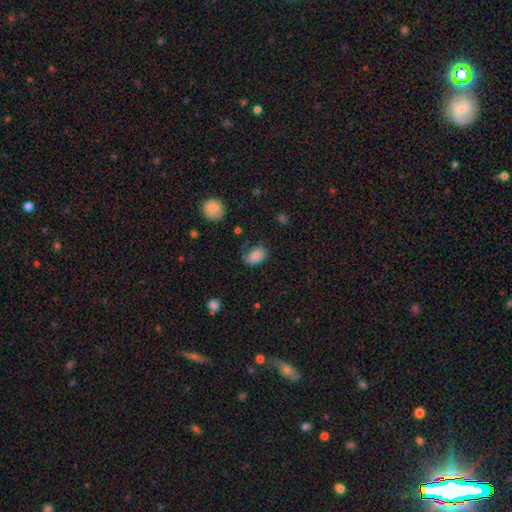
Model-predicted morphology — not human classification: Smooth or featured?
  - smooth: 74% *
  - featured or disk: 17%
  - star or artifact: 8%
How rounded?
  - in between: 74% *
  - round: 25%
  - cigar-shaped: 1%
Merging?
  - none: 43% *
  - minor disturbance: 32%
  - major disturbance: 23%
  - merger: 2%